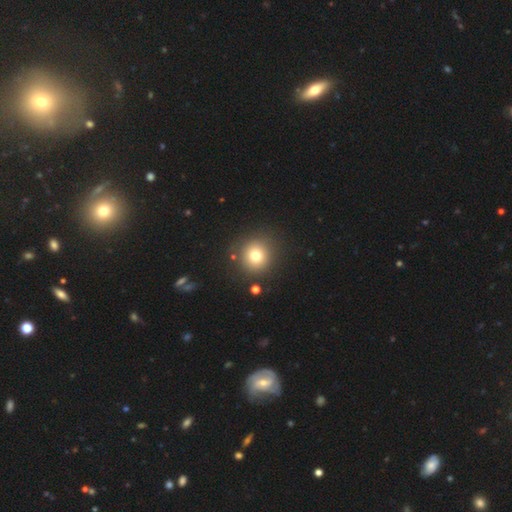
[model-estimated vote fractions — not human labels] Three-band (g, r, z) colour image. It shows a smooth galaxy with no disk features (74%) that is round (93%). Merging: none (86%).